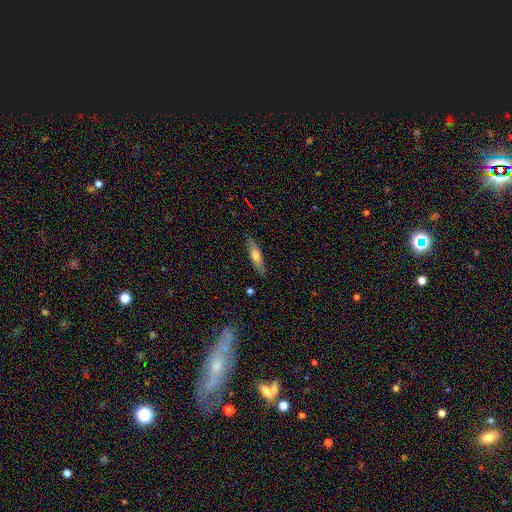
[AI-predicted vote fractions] smooth_or_featured: smooth (p=0.59) [alt: featured or disk p=0.34]
how_rounded: cigar-shaped (p=0.68) [alt: in between p=0.30]
merging: none (p=0.86) [alt: minor disturbance p=0.10]